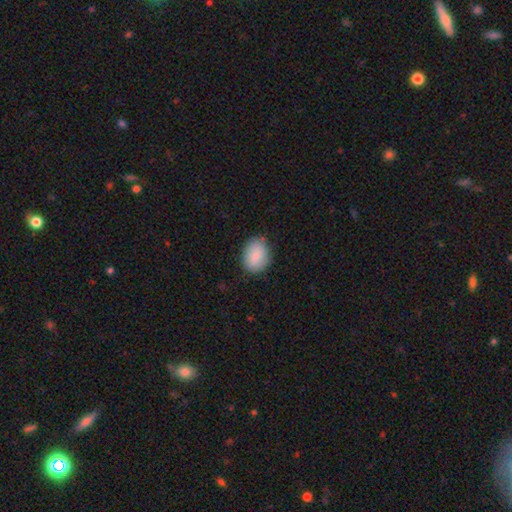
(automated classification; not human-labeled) The model was most divided on "how rounded": in between: 61%, round: 38%, cigar-shaped: 1%. More confident: smooth or featured — smooth (86%); merging — none (82%).